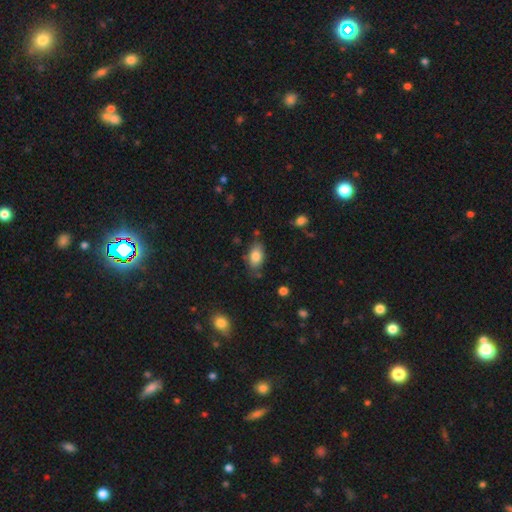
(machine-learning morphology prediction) The model was most divided on "merging": none: 72%, minor disturbance: 20%, major disturbance: 4%, merger: 3%. More confident: how rounded — in between (90%); smooth or featured — smooth (82%).